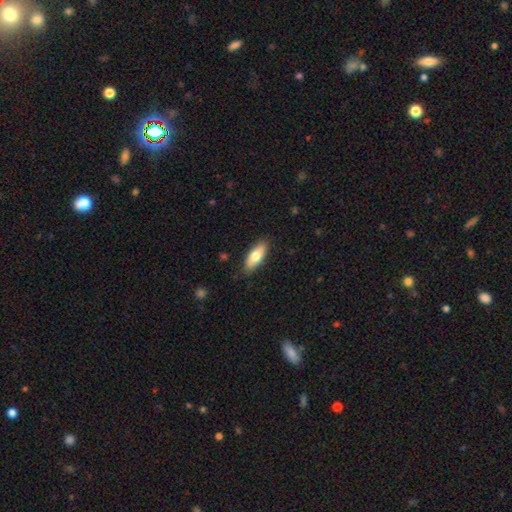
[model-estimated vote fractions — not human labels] A smooth galaxy with no disk features (75%) that is in between round and cigar-shaped (74%). Merging: none (84%).